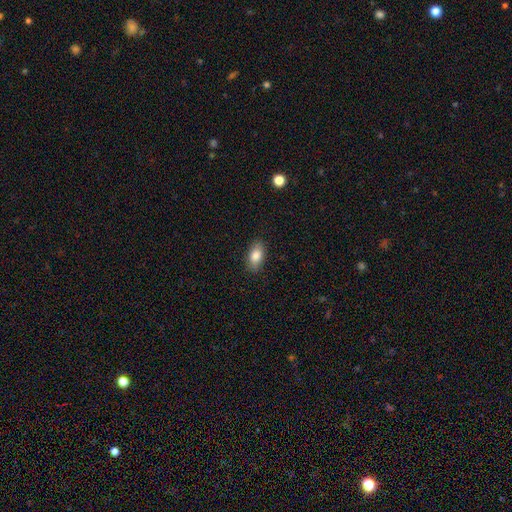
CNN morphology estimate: smooth 84%, featured or disk 9%, star or artifact 7%. Down the decision tree: how rounded — in between (90%); merging — none (87%).